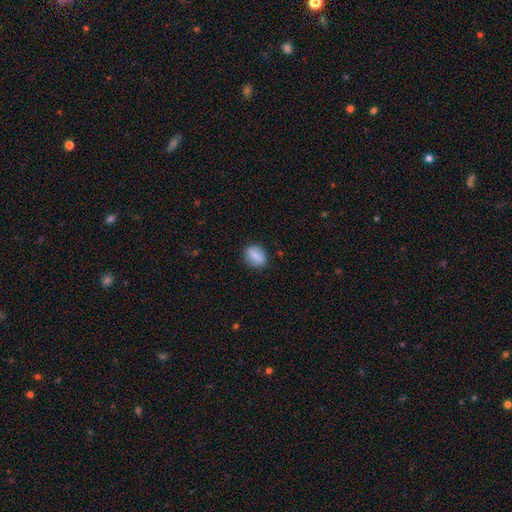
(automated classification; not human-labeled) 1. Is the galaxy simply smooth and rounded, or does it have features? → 79% smooth, 14% featured or disk, 7% star or artifact.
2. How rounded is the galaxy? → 61% in between, 37% round, 2% cigar-shaped.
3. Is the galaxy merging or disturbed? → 85% none, 11% minor disturbance, 3% major disturbance, 1% merger.